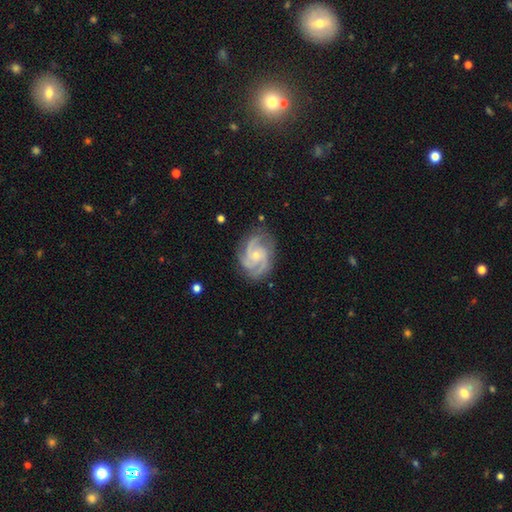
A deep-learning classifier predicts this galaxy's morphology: Smooth or featured: featured or disk — 92% (star or artifact — 4%)
Edge-on disk: no — 98% (yes — 2%)
Bar: no — 70% (weak — 25%)
Spiral arms: yes — 99% (no — 1%)
Spiral winding: tight — 47% (tied with medium — 47%)
Spiral arm count: 3 — 65% (2 — 14%)
Bulge size: small — 69% (moderate — 28%)
Merging: none — 79% (minor disturbance — 16%)